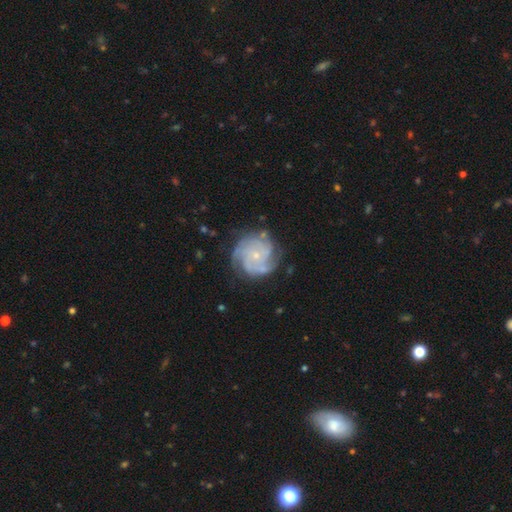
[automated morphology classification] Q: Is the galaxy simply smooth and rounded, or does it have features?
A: featured or disk — 85%.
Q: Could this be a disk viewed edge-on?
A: no — 98%.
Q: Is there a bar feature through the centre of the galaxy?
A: no — 78%.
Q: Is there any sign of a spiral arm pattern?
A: yes — 97%.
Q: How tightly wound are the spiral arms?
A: tight — 66%.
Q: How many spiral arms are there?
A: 3 — 29%.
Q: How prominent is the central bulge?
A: small — 79%.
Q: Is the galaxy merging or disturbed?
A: none — 76%.